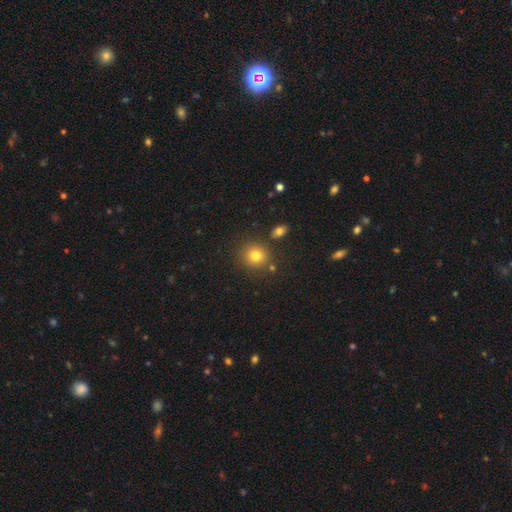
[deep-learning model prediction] This is likely a smooth galaxy (79%). How rounded: clearly round (83%). Merging: clearly none (81%).